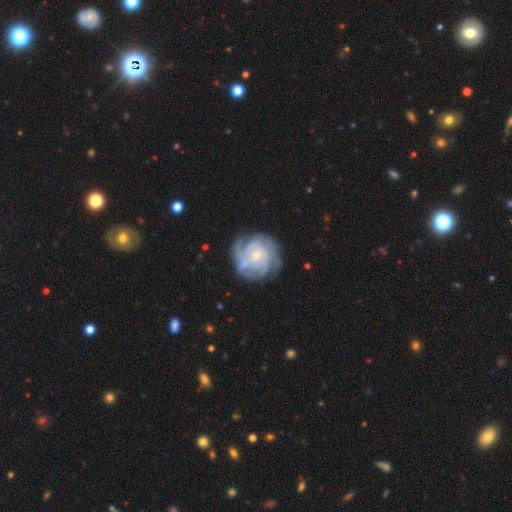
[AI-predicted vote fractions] smooth_or_featured: featured or disk (p=0.82) [alt: smooth p=0.12]
disk_edge_on: no (p=0.98) [alt: yes p=0.02]
bar: no (p=0.69) [alt: weak p=0.27]
has_spiral_arms: yes (p=0.94) [alt: no p=0.06]
spiral_winding: tight (p=0.67) [alt: medium p=0.27]
spiral_arm_count: can't tell (p=0.34) [alt: 4 p=0.21]
bulge_size: small (p=0.64) [alt: moderate p=0.27]
merging: none (p=0.72) [alt: minor disturbance p=0.18]